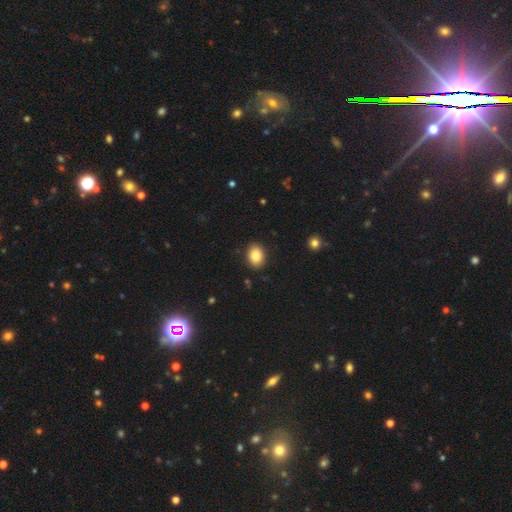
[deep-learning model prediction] A smooth galaxy with no disk features (87%) that is in between round and cigar-shaped (69%). Merging: none (89%).